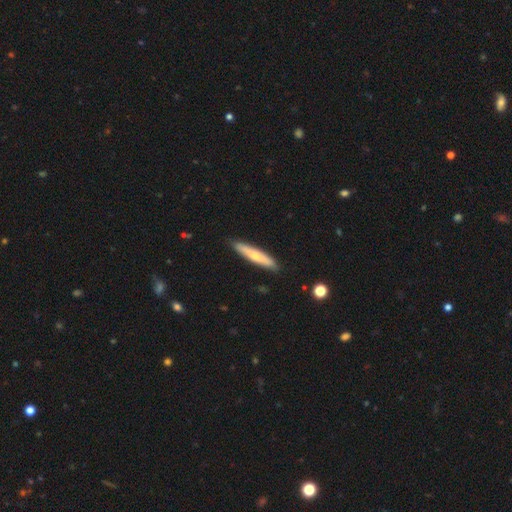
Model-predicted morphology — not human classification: Q: Smooth or featured?
A: smooth (58%); runner-up: featured or disk (37%)
Q: How rounded?
A: cigar-shaped (89%); runner-up: in between (9%)
Q: Merging?
A: none (87%); runner-up: minor disturbance (10%)